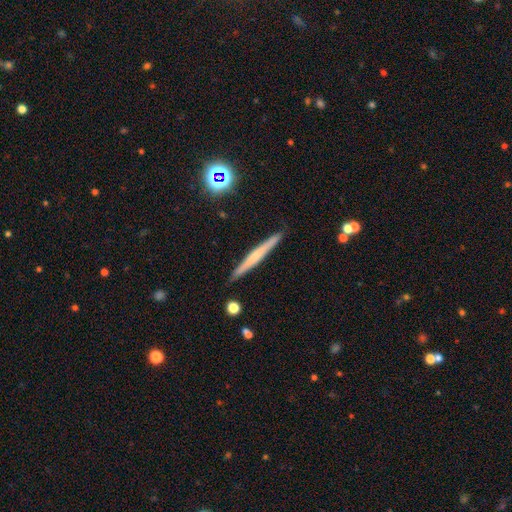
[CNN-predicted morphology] Smooth or featured: smooth — 47% (featured or disk — 45%)
Merging: none — 91% (minor disturbance — 7%)